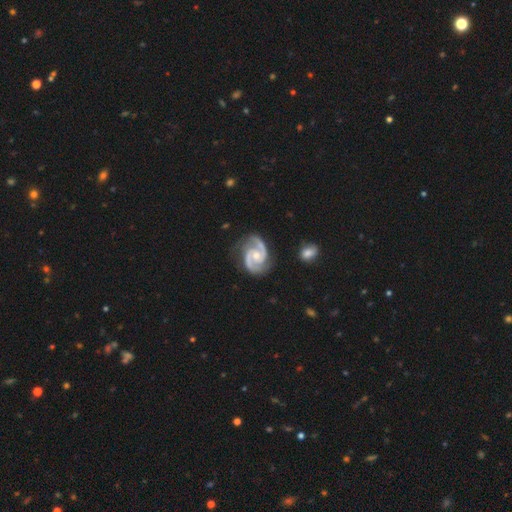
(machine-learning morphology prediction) A featured or disk galaxy (94%) with no bar (55%), 2 (93%) medium (58%) spiral arms (99%) and a moderate central bulge (56%). Merging: none (77%).